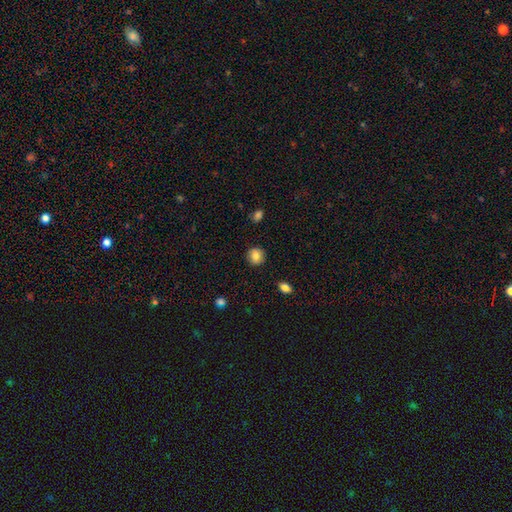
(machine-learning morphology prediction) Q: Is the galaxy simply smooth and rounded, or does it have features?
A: smooth — 85%.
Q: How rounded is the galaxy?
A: round — 88%.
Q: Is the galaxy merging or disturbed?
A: none — 90%.